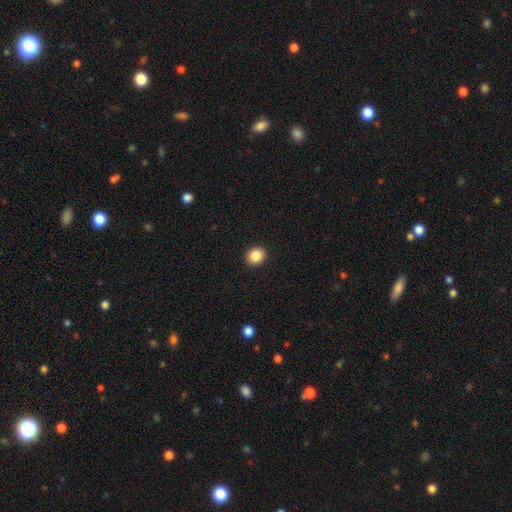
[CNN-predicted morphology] This is clearly a smooth galaxy (87%). How rounded: likely round (71%). Merging: clearly none (92%).